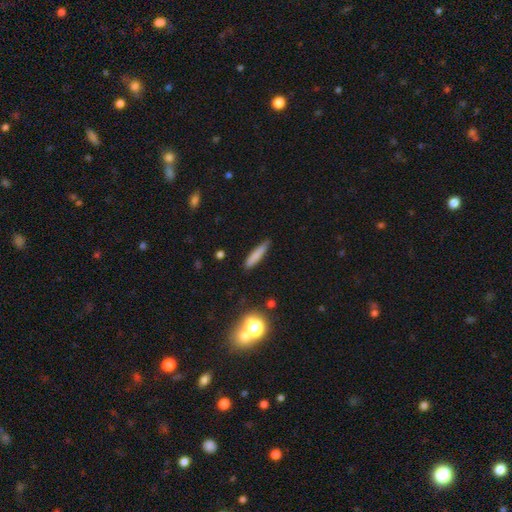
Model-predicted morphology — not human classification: smooth_or_featured: smooth (p=0.78) [alt: featured or disk p=0.13]
how_rounded: cigar-shaped (p=0.87) [alt: in between p=0.11]
merging: none (p=0.81) [alt: minor disturbance p=0.15]